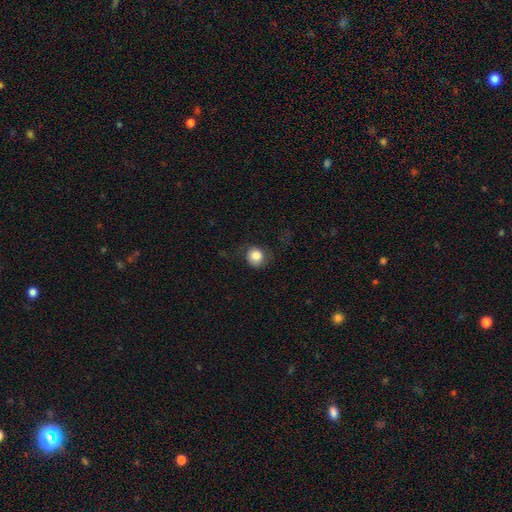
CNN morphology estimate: Smooth or featured?
  - smooth: 84% *
  - star or artifact: 8%
  - featured or disk: 7%
How rounded?
  - round: 86% *
  - in between: 13%
  - cigar-shaped: 1%
Merging?
  - none: 70% *
  - minor disturbance: 18%
  - major disturbance: 11%
  - merger: 1%